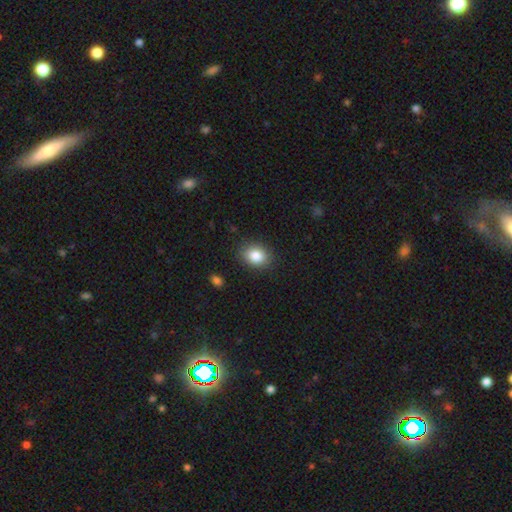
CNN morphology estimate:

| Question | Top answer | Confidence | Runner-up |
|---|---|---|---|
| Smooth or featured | smooth | 85% | star or artifact (9%) |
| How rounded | in between | 57% | round (42%) |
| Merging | none | 87% | minor disturbance (9%) |